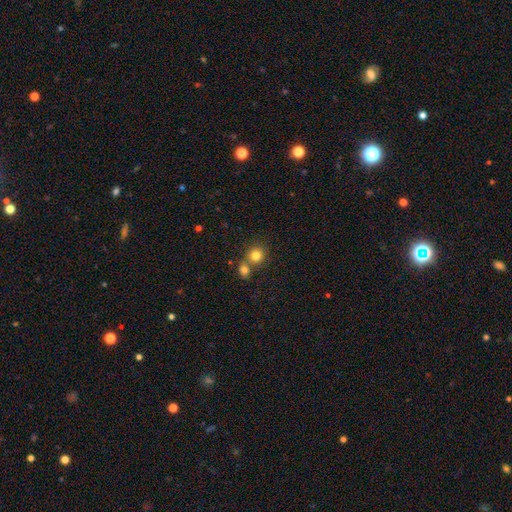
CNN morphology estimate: The model was most divided on "merging": none: 57%, merger: 33%, minor disturbance: 7%, major disturbance: 2%. More confident: how rounded — round (87%); smooth or featured — smooth (81%).